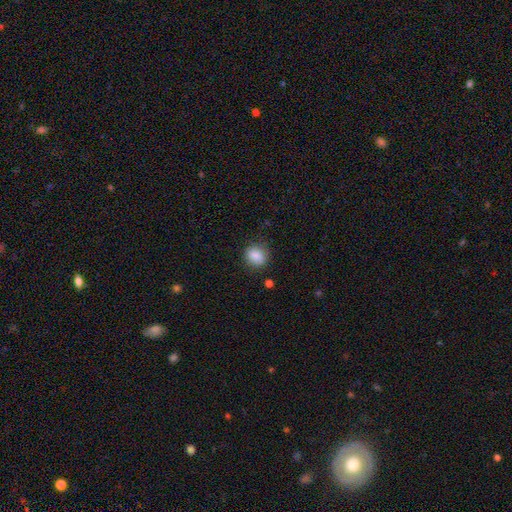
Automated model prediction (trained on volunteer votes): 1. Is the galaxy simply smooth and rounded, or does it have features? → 86% smooth, 9% star or artifact, 6% featured or disk.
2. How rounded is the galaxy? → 66% round, 33% in between, 1% cigar-shaped.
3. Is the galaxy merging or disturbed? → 78% none, 16% minor disturbance, 4% major disturbance, 2% merger.